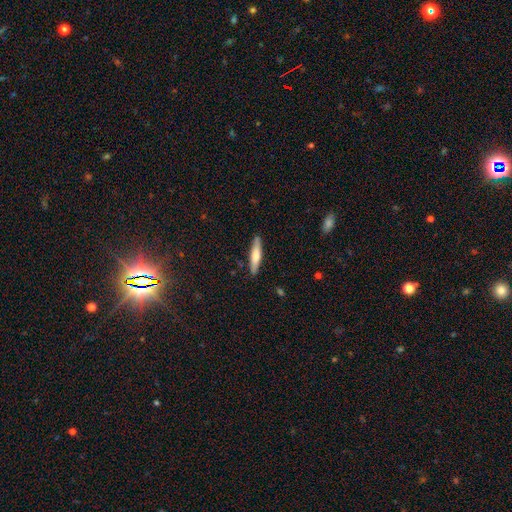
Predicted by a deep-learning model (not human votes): A smooth galaxy with no disk features (58%) that is cigar-shaped (85%). Merging: none (89%).